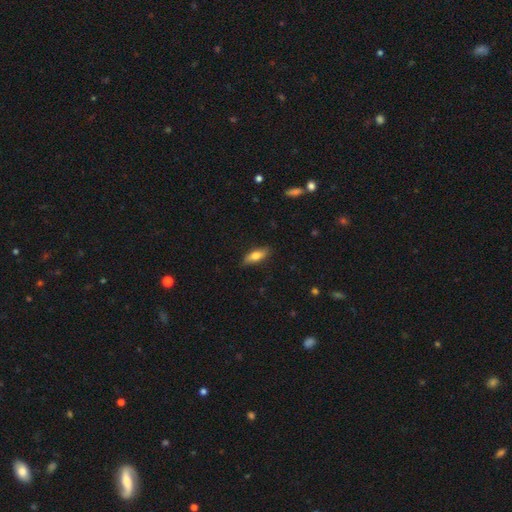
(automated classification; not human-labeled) smooth 69%, featured or disk 24%, star or artifact 6%. Down the decision tree: how rounded — in between (59%); merging — none (82%).